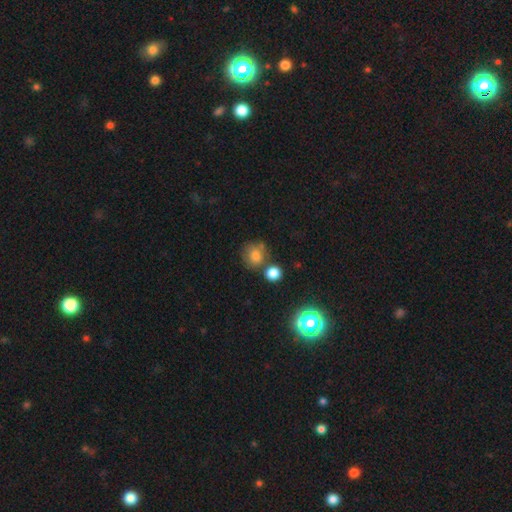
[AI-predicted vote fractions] A smooth galaxy with no disk features (76%) that is round (83%).

Vote fractions:
- Smooth or featured? smooth: 76% / star or artifact: 14% / featured or disk: 10%
- How rounded? round: 83% / in between: 16% / cigar-shaped: 1%
- Merging? none: 61% / merger: 18% / minor disturbance: 15% / major disturbance: 6%